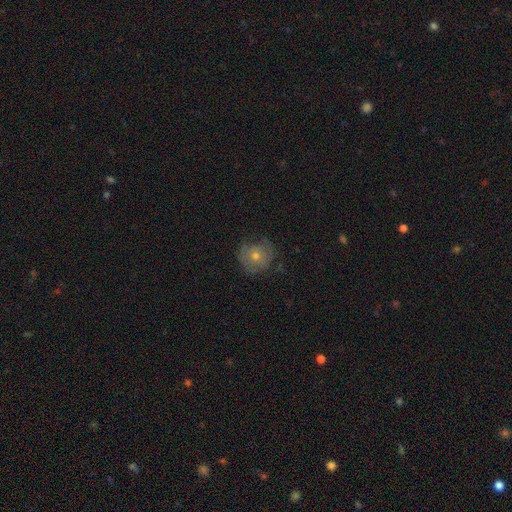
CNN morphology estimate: This appears to be a smooth galaxy with no disk features (50%). Merging: none (74%).